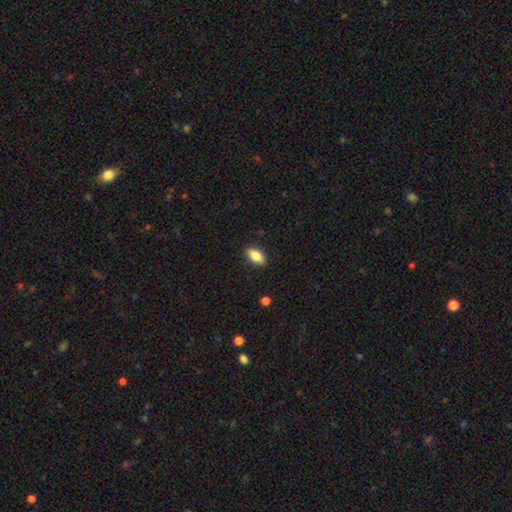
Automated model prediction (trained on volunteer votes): smooth-or-featured: smooth: 82% | featured or disk: 11% | star or artifact: 7%
  how-rounded: in between: 89% | cigar-shaped: 6% | round: 5%
  merging: none: 88% | minor disturbance: 9% | major disturbance: 2% | merger: 1%